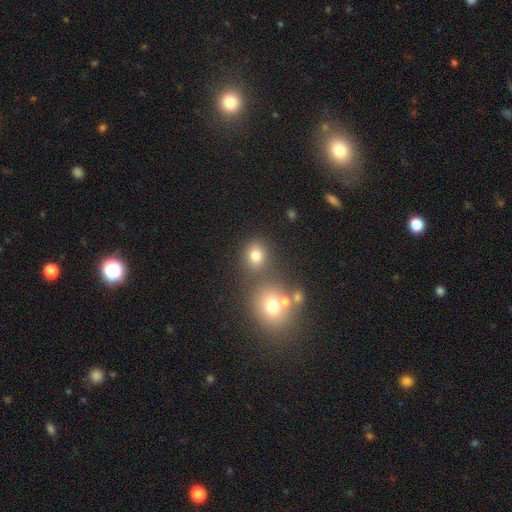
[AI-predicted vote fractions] This is likely a smooth galaxy (76%). How rounded: likely round (75%). Merging: likely none (67%).